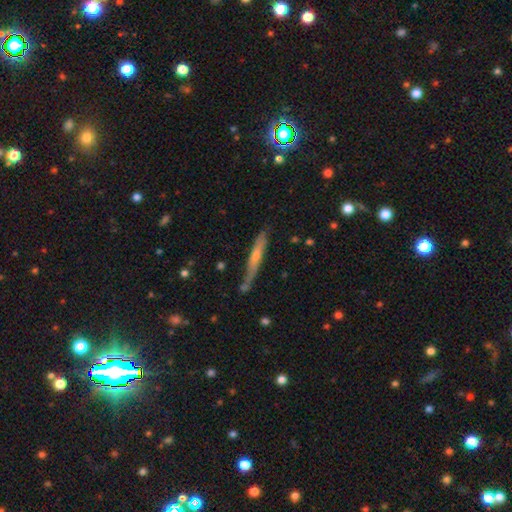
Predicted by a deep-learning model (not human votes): Overall: featured or disk (53%; smooth 41%). Edge-on disk: yes (91%). Merging: none (70%).